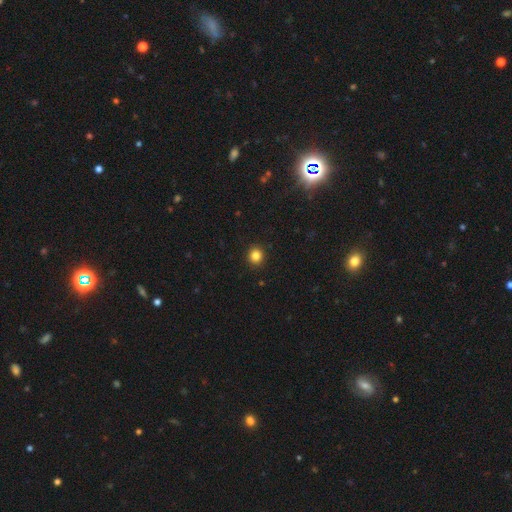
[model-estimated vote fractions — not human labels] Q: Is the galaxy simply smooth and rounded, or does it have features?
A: smooth — 84%.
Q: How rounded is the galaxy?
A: round — 91%.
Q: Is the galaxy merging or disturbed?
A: none — 93%.